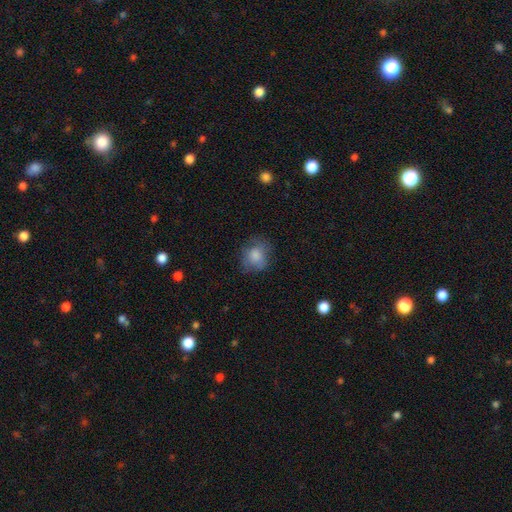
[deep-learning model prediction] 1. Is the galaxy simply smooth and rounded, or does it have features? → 79% smooth, 13% featured or disk, 8% star or artifact.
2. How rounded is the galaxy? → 69% round, 30% in between, 1% cigar-shaped.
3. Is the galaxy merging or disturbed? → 65% none, 23% minor disturbance, 10% major disturbance, 1% merger.